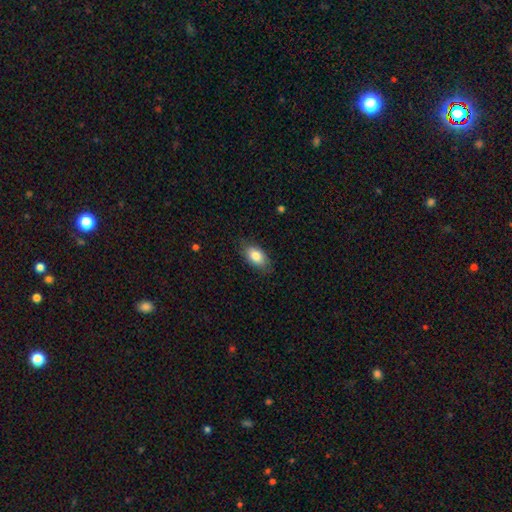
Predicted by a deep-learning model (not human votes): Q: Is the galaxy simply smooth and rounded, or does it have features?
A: smooth — 82%.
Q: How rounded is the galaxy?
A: in between — 91%.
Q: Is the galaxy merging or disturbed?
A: none — 80%.